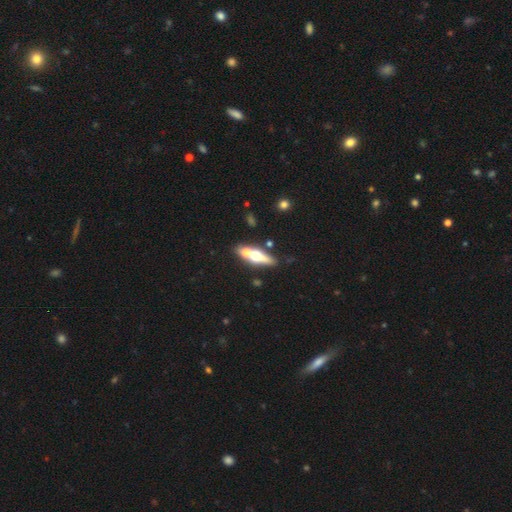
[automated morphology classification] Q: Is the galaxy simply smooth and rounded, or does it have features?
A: featured or disk — 52%.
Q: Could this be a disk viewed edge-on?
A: yes — 77%.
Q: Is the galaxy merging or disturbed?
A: none — 48%.